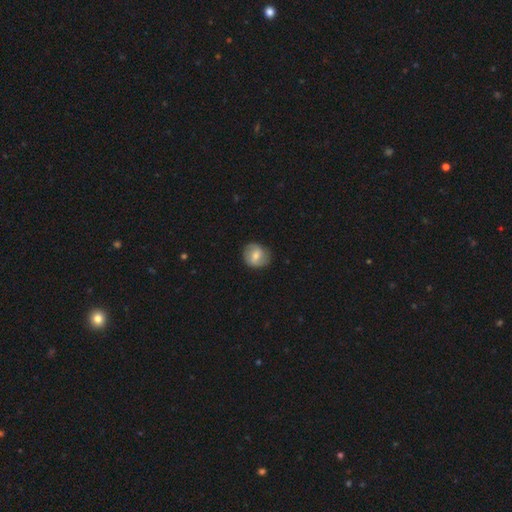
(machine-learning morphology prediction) type=smooth (59%); roundness=round (77%); merging=none (83%).